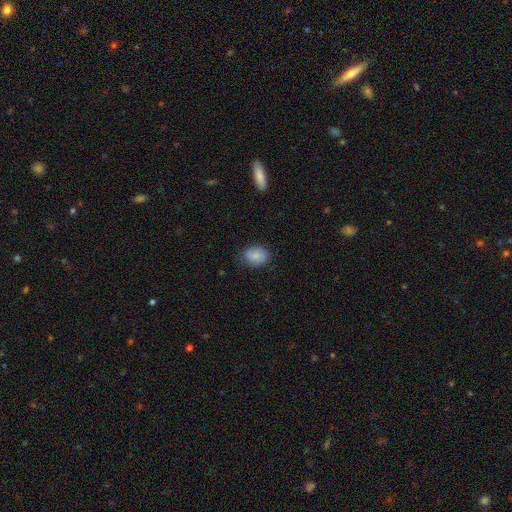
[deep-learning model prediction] Morphology: type=smooth (82%); roundness=in between (65%); merging=none (75%).